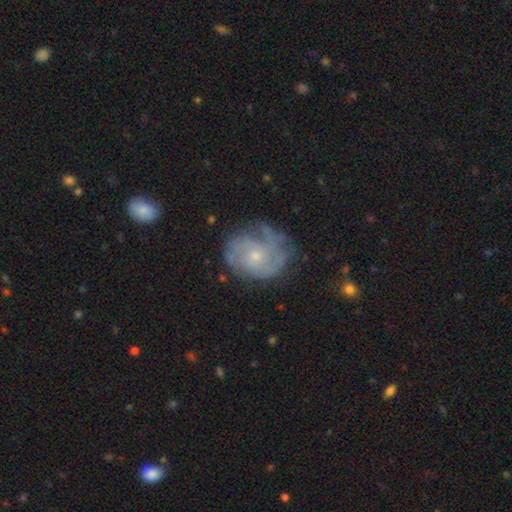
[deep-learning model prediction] Smooth or featured? featured or disk (82%)
Edge-on disk? no (98%)
Bar? no (73%)
Spiral arms? yes (94%)
Spiral winding? tight (49%)
Spiral arm count? 2 (29%)
Bulge size? small (67%)
Merging? none (66%)